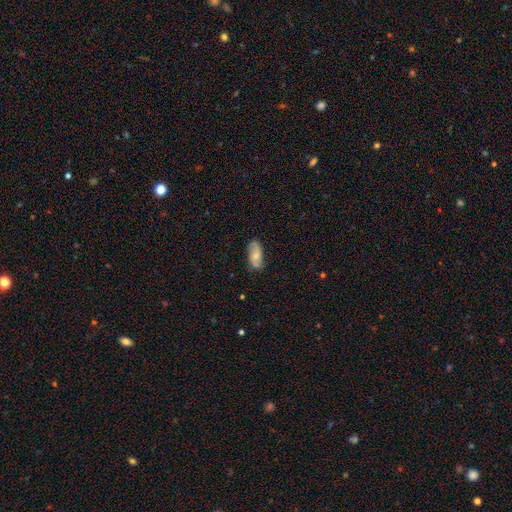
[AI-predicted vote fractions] Smooth or featured?
  - smooth: 48% *
  - featured or disk: 45%
  - star or artifact: 7%
Merging?
  - none: 74% *
  - minor disturbance: 20%
  - major disturbance: 5%
  - merger: 1%